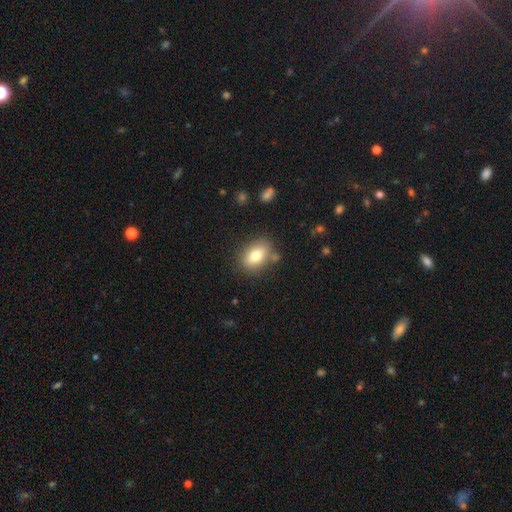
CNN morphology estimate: Smooth or featured?
  - smooth: 77% *
  - featured or disk: 14%
  - star or artifact: 9%
How rounded?
  - in between: 79% *
  - round: 20%
  - cigar-shaped: 2%
Merging?
  - none: 77% *
  - minor disturbance: 14%
  - merger: 5%
  - major disturbance: 4%